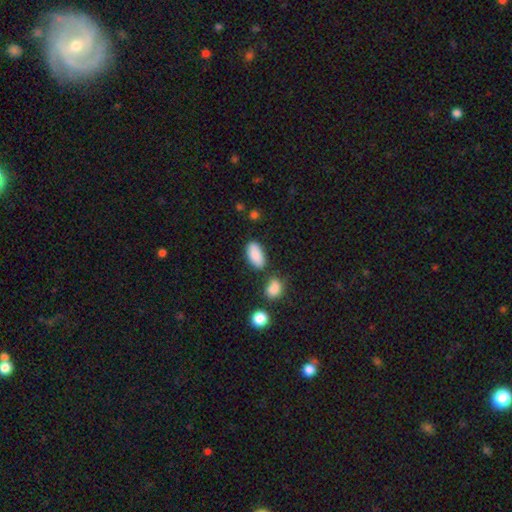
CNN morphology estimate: type=smooth (88%); roundness=in between (92%); merging=none (74%).